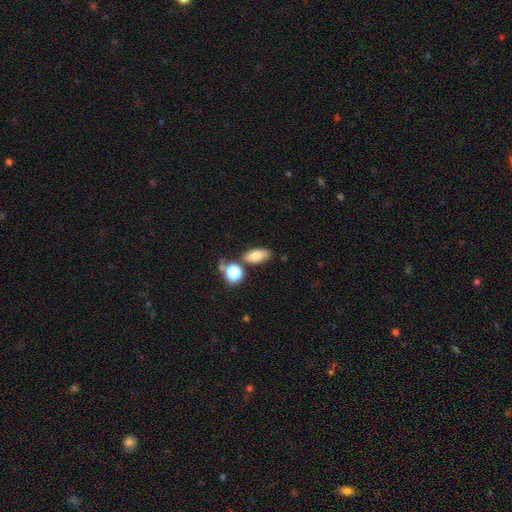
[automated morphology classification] The model was most divided on "merging": none: 75%, minor disturbance: 12%, merger: 10%, major disturbance: 4%. More confident: how rounded — in between (84%); smooth or featured — smooth (79%).